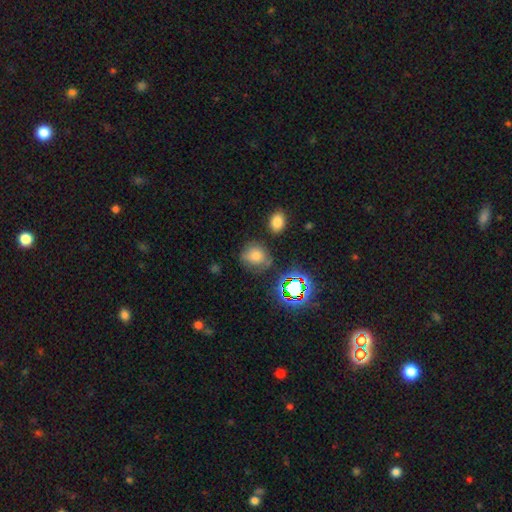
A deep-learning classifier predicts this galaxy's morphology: Smooth or featured? Predicted: smooth (p=0.67). How rounded? Predicted: round (p=0.72). Merging? Predicted: none (p=0.66).